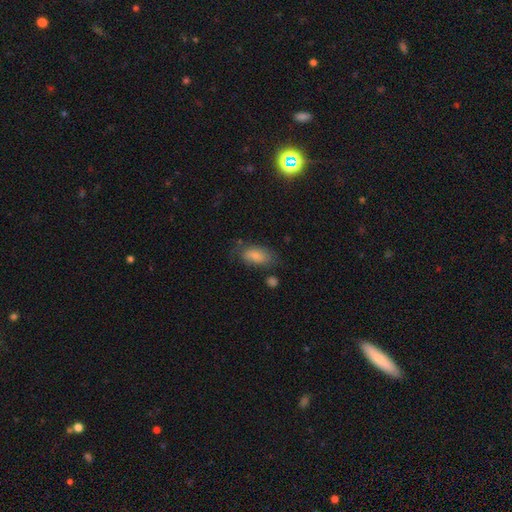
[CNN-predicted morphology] Smooth or featured: smooth — 77% (featured or disk — 15%)
How rounded: in between — 91% (cigar-shaped — 5%)
Merging: none — 59% (minor disturbance — 26%)